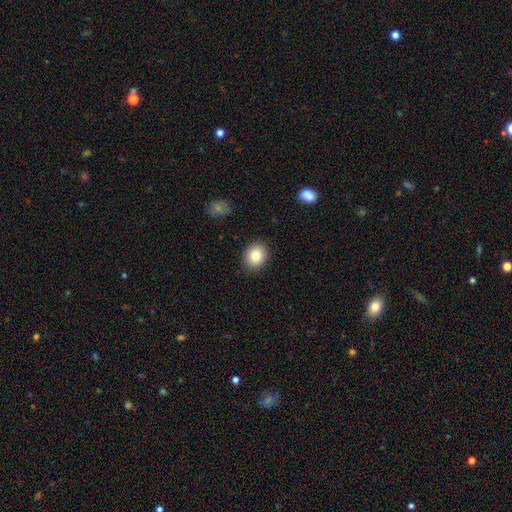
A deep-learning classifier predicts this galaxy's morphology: type=smooth (83%); roundness=round (64%); merging=none (89%).